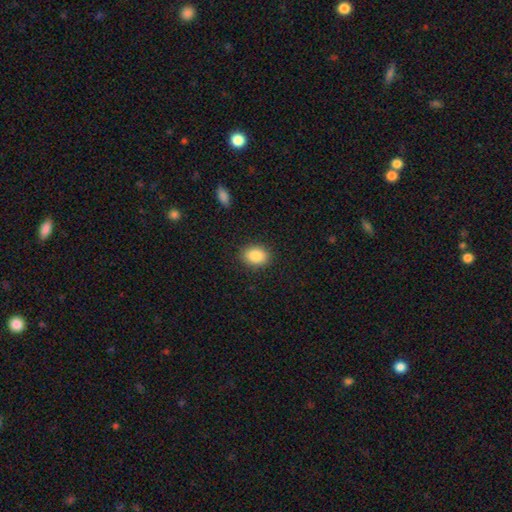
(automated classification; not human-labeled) smooth_or_featured: smooth (p=0.88) [alt: star or artifact p=0.08]
how_rounded: in between (p=0.69) [alt: round p=0.30]
merging: none (p=0.88) [alt: minor disturbance p=0.08]